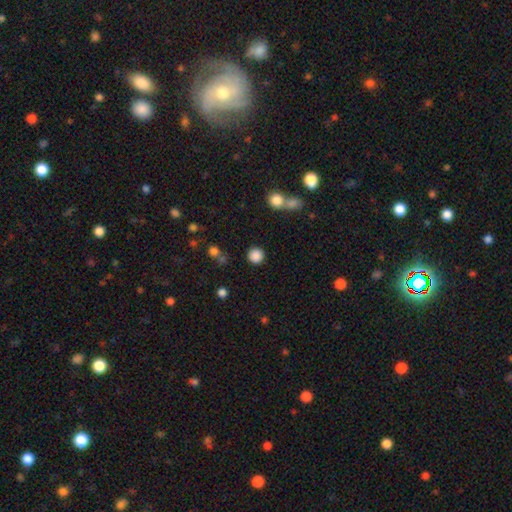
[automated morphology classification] A smooth galaxy with no disk features (85%) that is round (93%). Merging: none (86%).